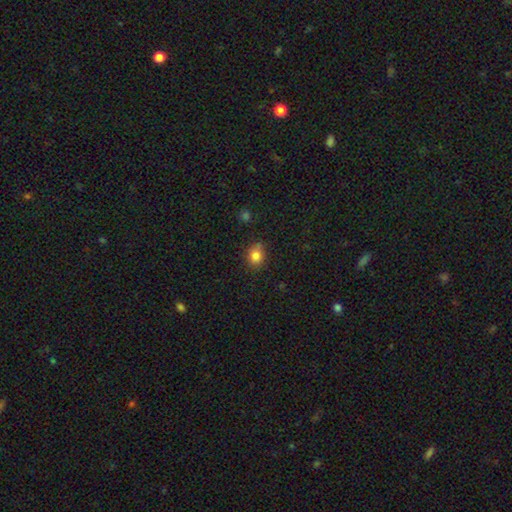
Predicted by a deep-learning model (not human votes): smooth-or-featured: smooth: 83% | star or artifact: 11% | featured or disk: 6%
  how-rounded: round: 60% | in between: 39% | cigar-shaped: 1%
  merging: none: 74% | minor disturbance: 17% | merger: 5% | major disturbance: 4%